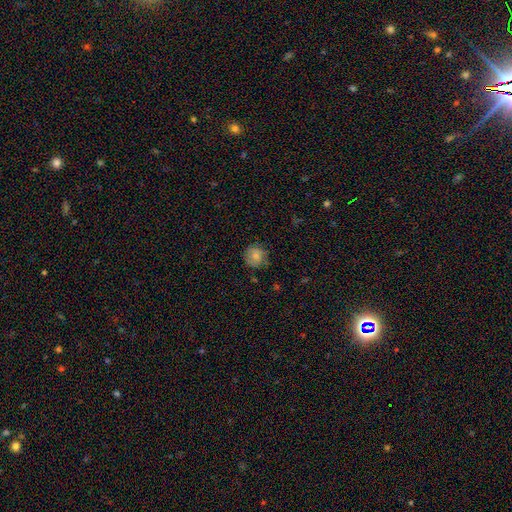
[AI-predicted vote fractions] This appears to be a smooth galaxy with no disk features (76%) that is round (87%). Merging: none (76%).